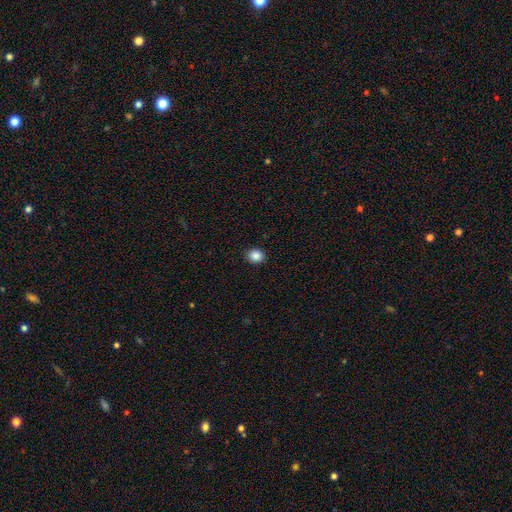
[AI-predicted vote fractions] smooth-or-featured: smooth: 87% | star or artifact: 10% | featured or disk: 3%
  how-rounded: round: 68% | in between: 31% | cigar-shaped: 1%
  merging: none: 92% | minor disturbance: 6% | major disturbance: 2% | merger: 1%